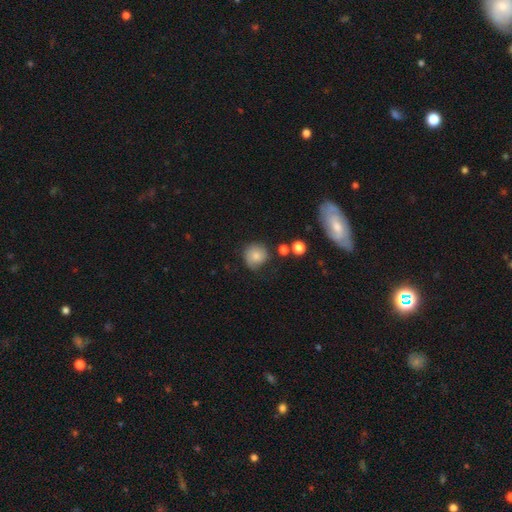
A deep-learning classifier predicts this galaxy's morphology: Smooth or featured?
  - smooth: 76% *
  - featured or disk: 14%
  - star or artifact: 10%
How rounded?
  - round: 88% *
  - in between: 11%
  - cigar-shaped: 1%
Merging?
  - none: 65% *
  - minor disturbance: 24%
  - major disturbance: 7%
  - merger: 4%